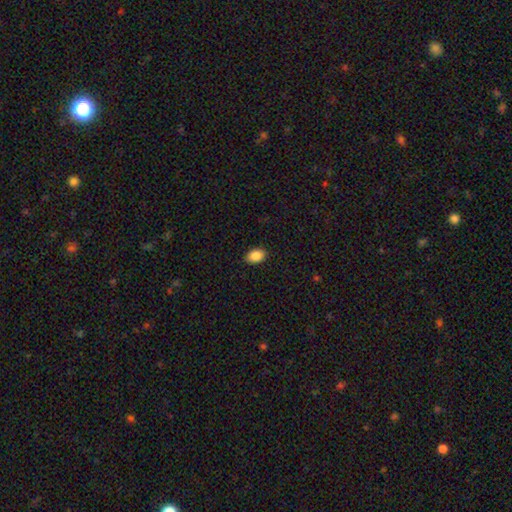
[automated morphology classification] A smooth galaxy with no disk features (88%) that is in between round and cigar-shaped (83%). Merging: none (88%).